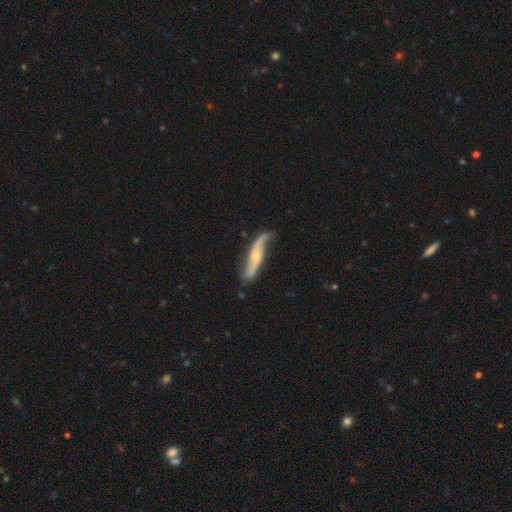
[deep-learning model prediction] smooth_or_featured: featured or disk (p=0.78) [alt: smooth p=0.16]
disk_edge_on: no (p=0.72) [alt: yes p=0.28]
bar: no (p=0.59) [alt: weak p=0.28]
has_spiral_arms: yes (p=0.93) [alt: no p=0.07]
spiral_winding: loose (p=0.82) [alt: medium p=0.13]
spiral_arm_count: 2 (p=0.89) [alt: 1 p=0.05]
bulge_size: small (p=0.48) [alt: moderate p=0.44]
merging: none (p=0.65) [alt: minor disturbance p=0.23]